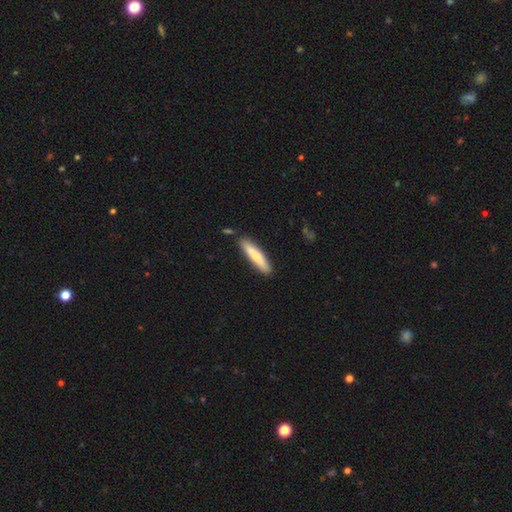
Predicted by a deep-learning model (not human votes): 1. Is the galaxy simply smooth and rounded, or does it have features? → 73% smooth, 22% featured or disk, 5% star or artifact.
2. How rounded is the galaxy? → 88% cigar-shaped, 11% in between, 1% round.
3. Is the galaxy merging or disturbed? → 85% none, 10% minor disturbance, 3% merger, 2% major disturbance.